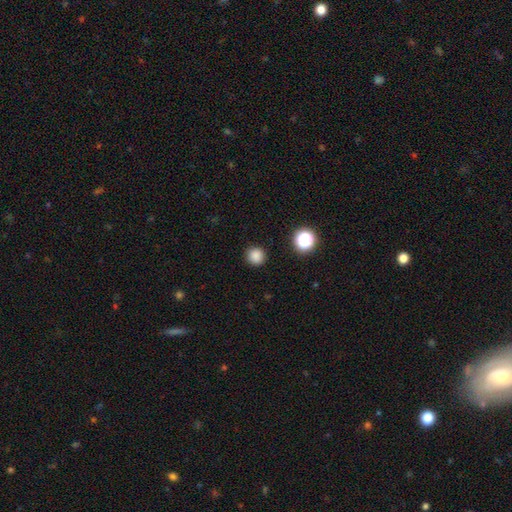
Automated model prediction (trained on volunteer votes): Smooth or featured: smooth — 84% (star or artifact — 13%)
How rounded: round — 92% (in between — 7%)
Merging: none — 90% (minor disturbance — 6%)